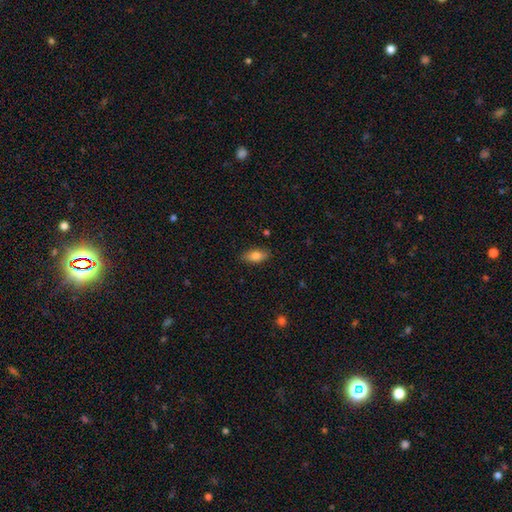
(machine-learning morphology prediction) Q: Smooth or featured?
A: smooth (81%); runner-up: featured or disk (12%)
Q: How rounded?
A: in between (87%); runner-up: cigar-shaped (9%)
Q: Merging?
A: none (86%); runner-up: minor disturbance (10%)